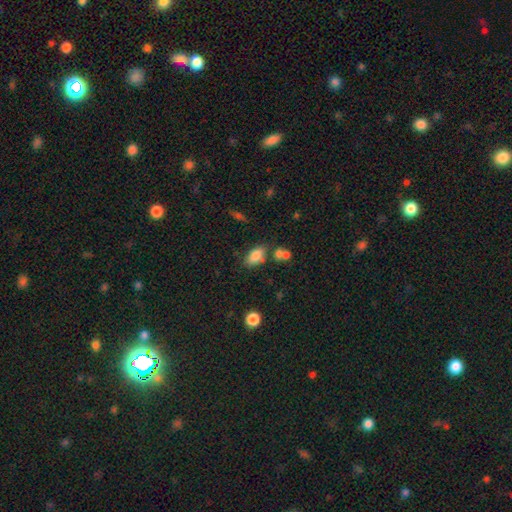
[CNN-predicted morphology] Smooth or featured? Predicted: smooth (p=0.81). How rounded? Predicted: in between (p=0.89). Merging? Predicted: none (p=0.62).